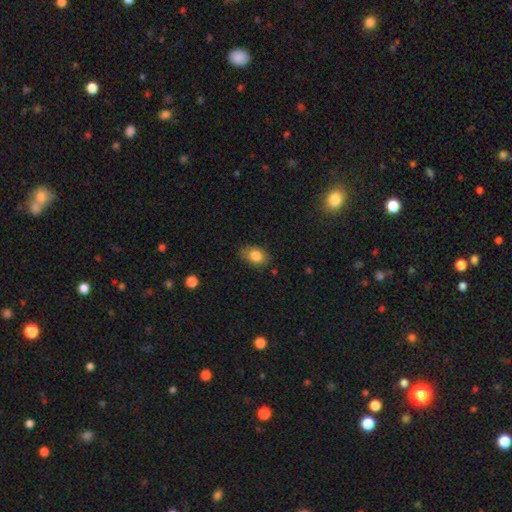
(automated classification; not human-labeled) Smooth or featured? smooth (82%)
How rounded? in between (79%)
Merging? none (77%)